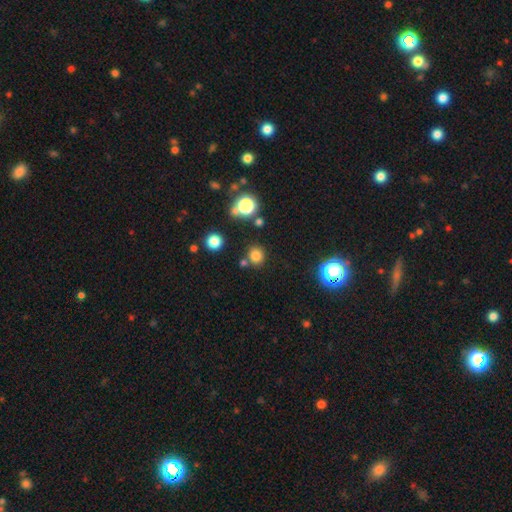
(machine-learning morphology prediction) A smooth galaxy with no disk features (75%) that is round (86%). Merging: none (78%).